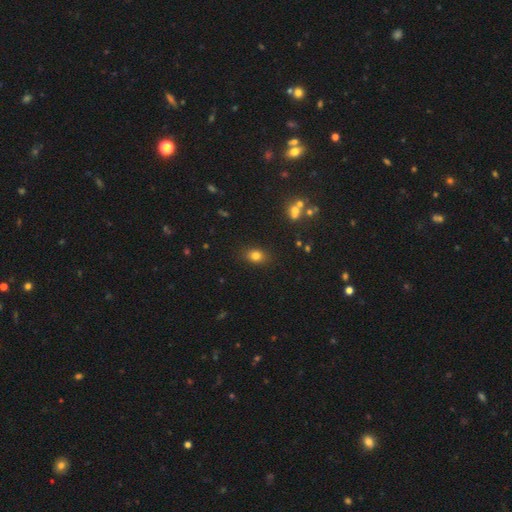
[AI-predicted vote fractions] A smooth galaxy with no disk features (79%) that is in between round and cigar-shaped (59%).

Vote fractions:
- Smooth or featured? smooth: 79% / star or artifact: 13% / featured or disk: 8%
- How rounded? in between: 59% / round: 40% / cigar-shaped: 2%
- Merging? none: 85% / minor disturbance: 10% / major disturbance: 3% / merger: 2%